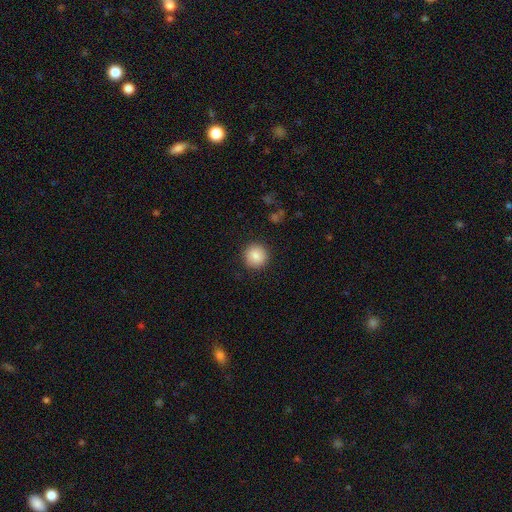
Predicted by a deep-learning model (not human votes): The model was most divided on "smooth or featured": smooth: 87%, star or artifact: 8%, featured or disk: 5%. More confident: how rounded — round (94%); merging — none (91%).